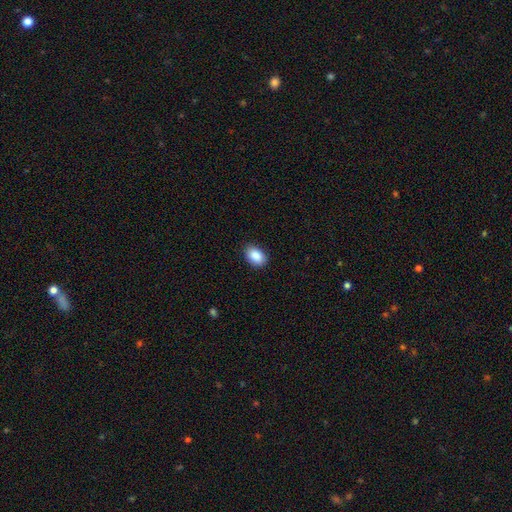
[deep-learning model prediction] A smooth galaxy with no disk features (88%) that is in between round and cigar-shaped (84%).

Vote fractions:
- Smooth or featured? smooth: 88% / star or artifact: 7% / featured or disk: 4%
- How rounded? in between: 84% / round: 15% / cigar-shaped: 1%
- Merging? none: 89% / minor disturbance: 8% / major disturbance: 2% / merger: 1%